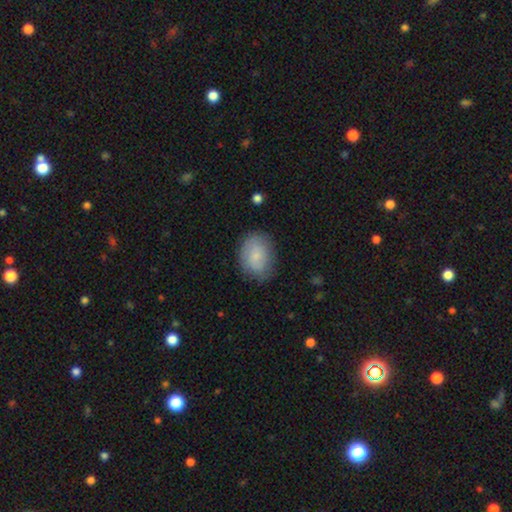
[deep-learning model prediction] Smooth or featured: smooth — 76% (featured or disk — 17%)
How rounded: in between — 73% (round — 26%)
Merging: none — 76% (minor disturbance — 18%)